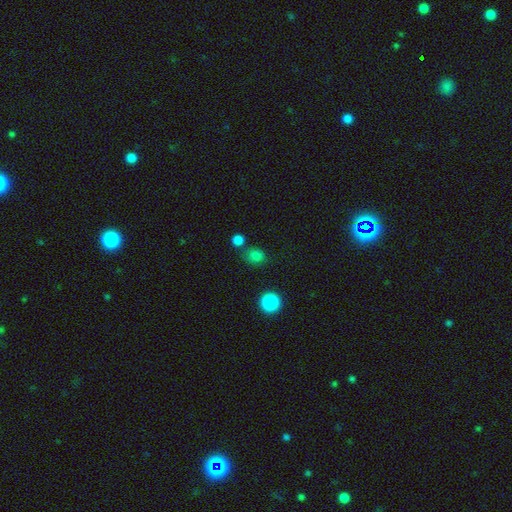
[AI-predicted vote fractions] This appears to be a smooth galaxy with no disk features (78%) that is round (63%). Merging: none (67%).